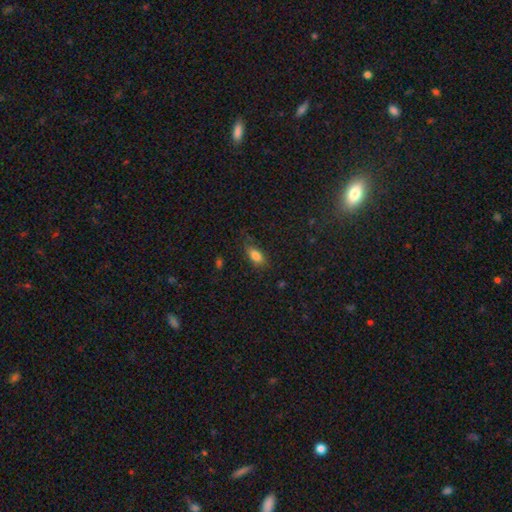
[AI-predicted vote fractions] smooth 81%, featured or disk 9%, star or artifact 9%. Down the decision tree: how rounded — in between (84%); merging — none (76%).